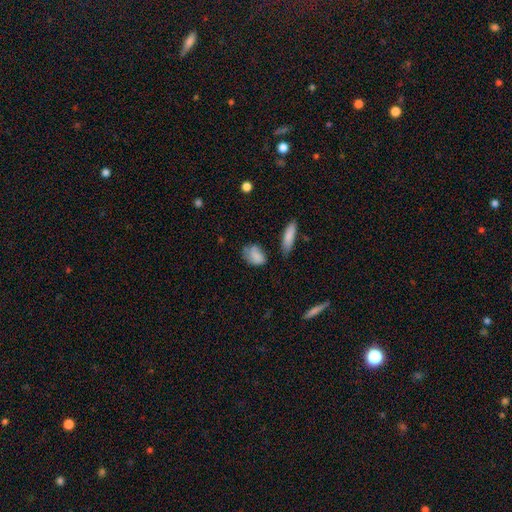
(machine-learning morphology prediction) Smooth or featured?
  - smooth: 80% *
  - featured or disk: 12%
  - star or artifact: 8%
How rounded?
  - in between: 81% *
  - round: 16%
  - cigar-shaped: 4%
Merging?
  - none: 51% *
  - minor disturbance: 32%
  - major disturbance: 11%
  - merger: 6%